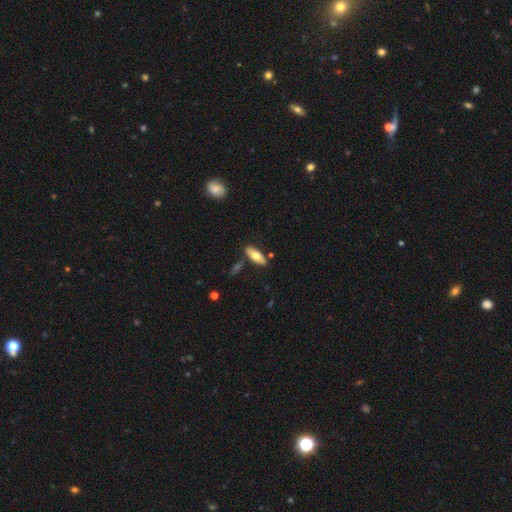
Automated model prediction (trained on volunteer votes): Overall: smooth (67%; featured or disk 27%). How rounded: in between (68%; cigar-shaped 30%). Merging: none (80%).